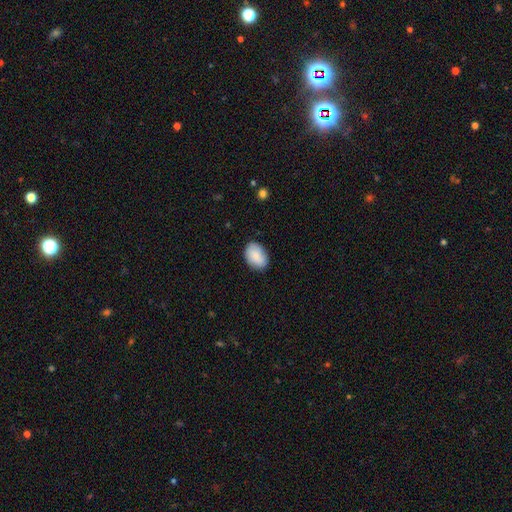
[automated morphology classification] Q: Smooth or featured?
A: smooth (87%); runner-up: featured or disk (7%)
Q: How rounded?
A: in between (82%); runner-up: round (16%)
Q: Merging?
A: none (81%); runner-up: minor disturbance (15%)